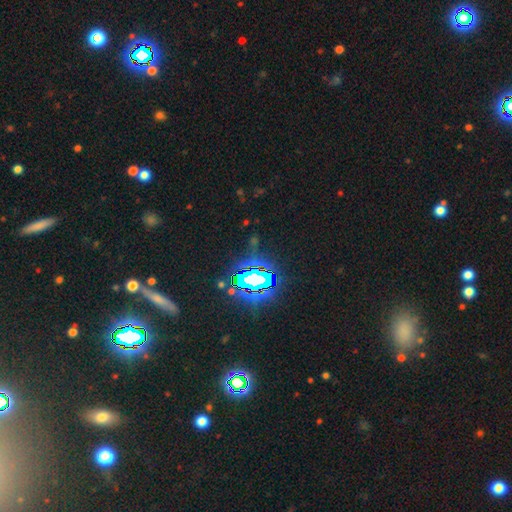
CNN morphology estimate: A star or artifact, not a galaxy (81%).

Vote fractions:
- Smooth or featured? star or artifact: 81% / smooth: 11% / featured or disk: 8%